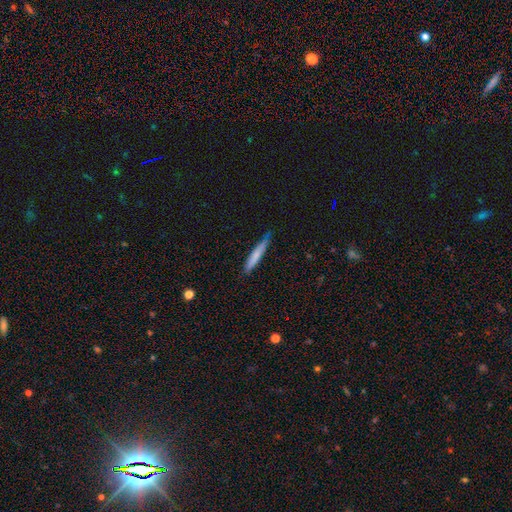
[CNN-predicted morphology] Overall: smooth (70%). How rounded: cigar-shaped (94%). Merging: none (72%).